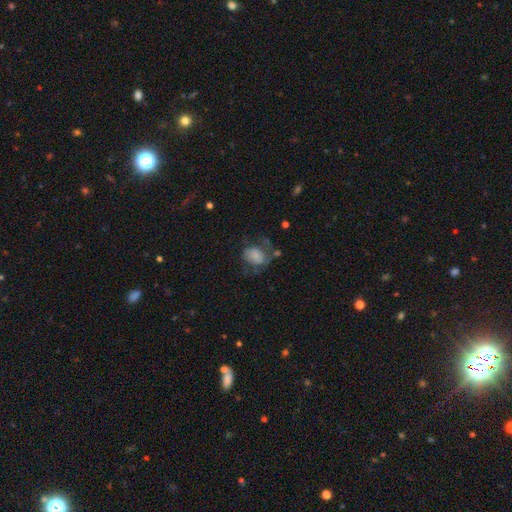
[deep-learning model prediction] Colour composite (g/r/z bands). It shows a smooth galaxy with no disk features (57%) that is in between round and cigar-shaped (57%). Merging: major disturbance (36%).